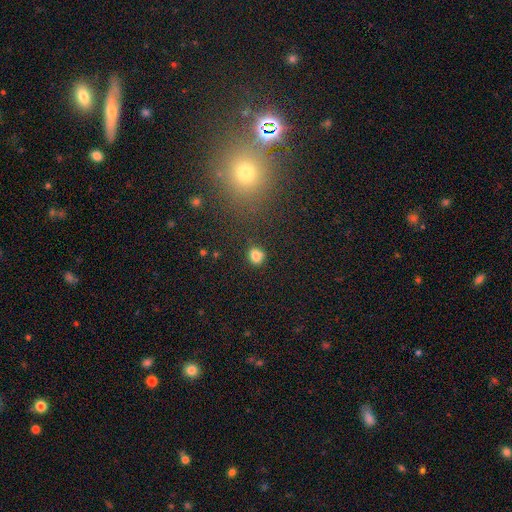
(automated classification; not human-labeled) Smooth or featured? smooth (79%)
How rounded? round (62%)
Merging? none (68%)